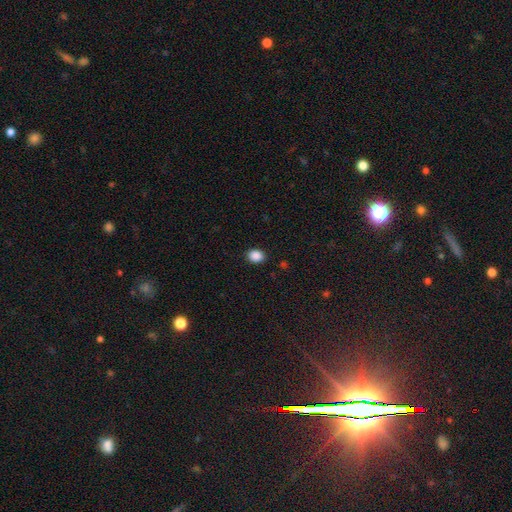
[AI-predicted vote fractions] Smooth or featured? Predicted: smooth (p=0.88). How rounded? Predicted: in between (p=0.52). Merging? Predicted: none (p=0.89).